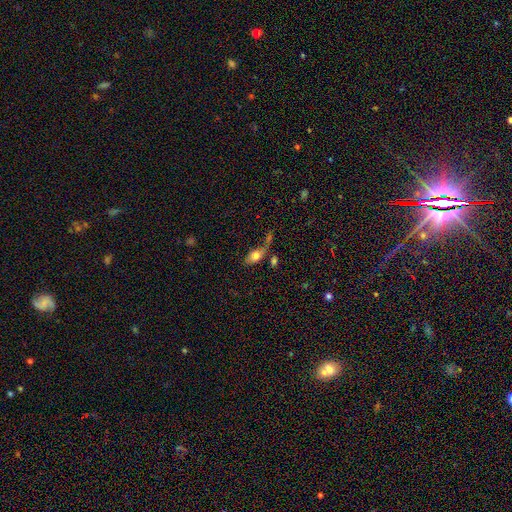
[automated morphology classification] Smooth or featured?
  - smooth: 71% *
  - featured or disk: 21%
  - star or artifact: 8%
How rounded?
  - in between: 85% *
  - round: 9%
  - cigar-shaped: 7%
Merging?
  - merger: 36% *
  - none: 31%
  - major disturbance: 19%
  - minor disturbance: 14%